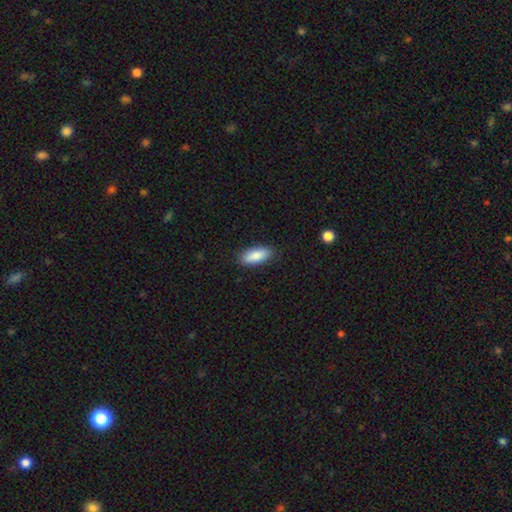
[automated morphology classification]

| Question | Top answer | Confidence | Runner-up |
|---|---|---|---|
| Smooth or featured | smooth | 87% | featured or disk (7%) |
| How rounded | in between | 79% | cigar-shaped (19%) |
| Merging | none | 88% | minor disturbance (9%) |